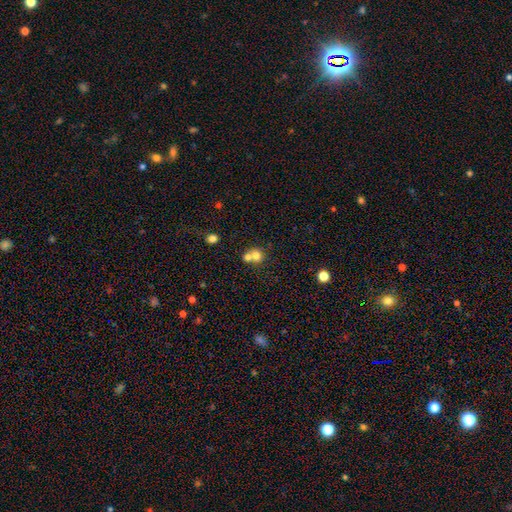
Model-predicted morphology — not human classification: Smooth or featured? smooth (73%)
How rounded? round (83%)
Merging? merger (55%)